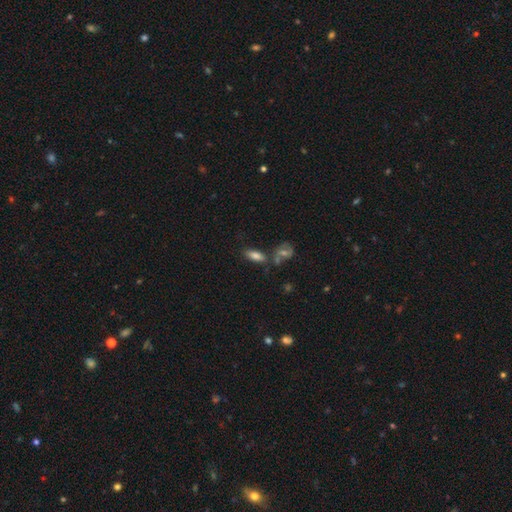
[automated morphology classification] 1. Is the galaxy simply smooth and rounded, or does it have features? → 77% smooth, 15% featured or disk, 9% star or artifact.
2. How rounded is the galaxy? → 75% in between, 22% cigar-shaped, 3% round.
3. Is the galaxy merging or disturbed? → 62% none, 19% merger, 14% minor disturbance, 5% major disturbance.